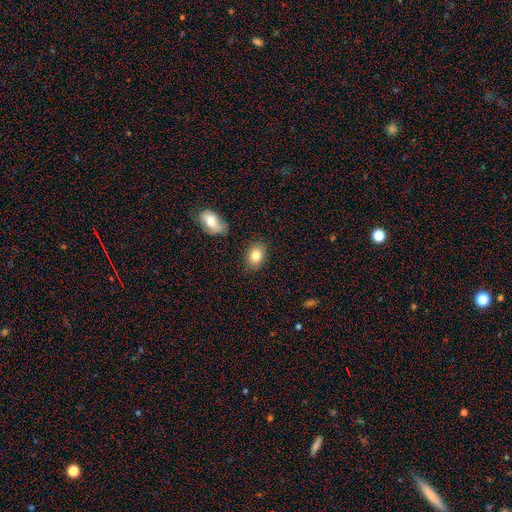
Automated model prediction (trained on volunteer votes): This appears to be a smooth galaxy with no disk features (82%) that is in between round and cigar-shaped (78%). Merging: none (83%).